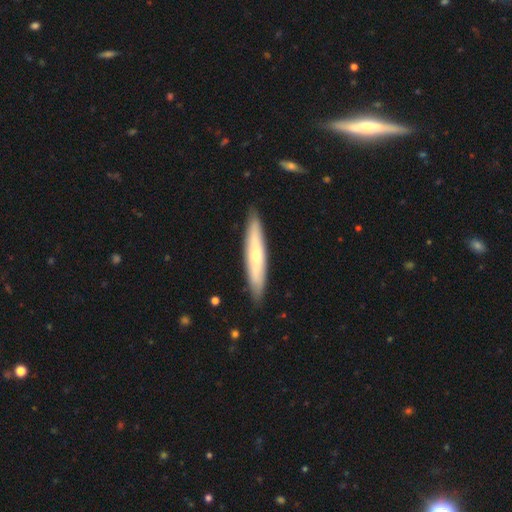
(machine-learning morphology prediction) Overall: featured or disk (50%; smooth 45%). Merging: none (88%).